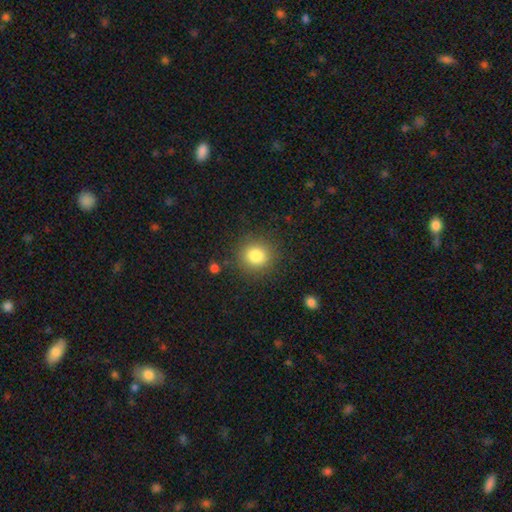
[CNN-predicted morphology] Smooth or featured? smooth (82%)
How rounded? round (89%)
Merging? none (87%)